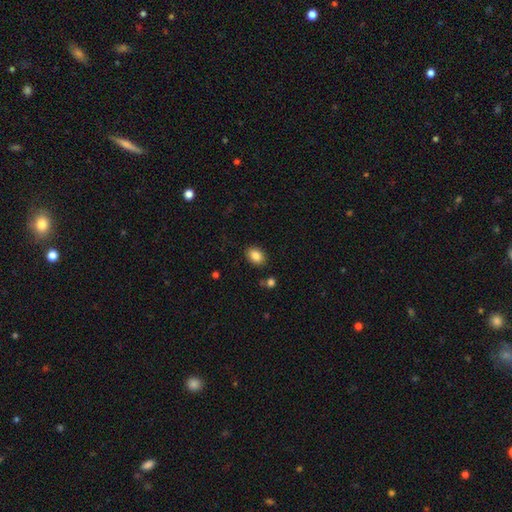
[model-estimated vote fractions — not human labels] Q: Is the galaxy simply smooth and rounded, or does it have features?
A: smooth — 86%.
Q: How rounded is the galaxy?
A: in between — 72%.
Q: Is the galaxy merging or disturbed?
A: none — 86%.